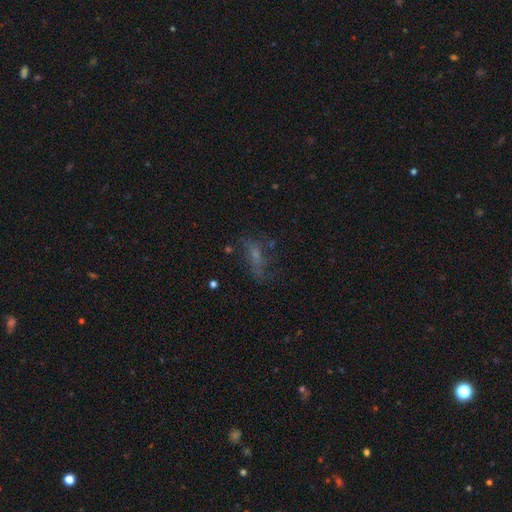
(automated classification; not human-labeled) Smooth or featured? Predicted: featured or disk (p=0.41). Merging? Predicted: none (p=0.45).